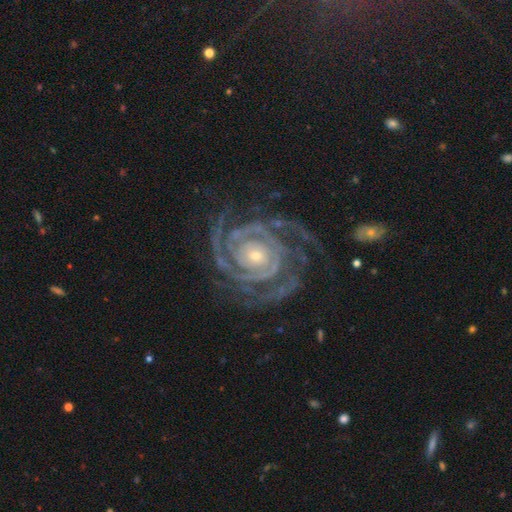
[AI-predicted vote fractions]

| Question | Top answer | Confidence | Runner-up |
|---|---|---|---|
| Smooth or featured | featured or disk | 93% | star or artifact (5%) |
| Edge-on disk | no | 98% | yes (2%) |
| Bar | no | 72% | weak (16%) |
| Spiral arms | yes | 99% | no (1%) |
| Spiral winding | tight | 82% | medium (16%) |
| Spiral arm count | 2 | 34% | 3 (25%) |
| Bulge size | small | 67% | moderate (29%) |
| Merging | none | 71% | minor disturbance (17%) |